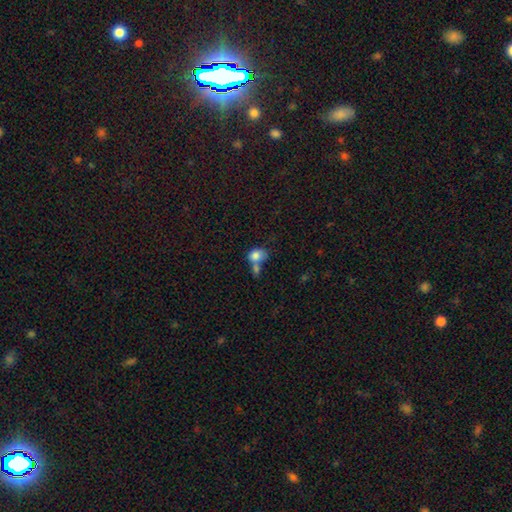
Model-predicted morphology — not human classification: A smooth galaxy with no disk features (78%) that is in between round and cigar-shaped (56%).

Vote fractions:
- Smooth or featured? smooth: 78% / featured or disk: 13% / star or artifact: 9%
- How rounded? in between: 56% / round: 42% / cigar-shaped: 1%
- Merging? merger: 51% / none: 28% / minor disturbance: 13% / major disturbance: 8%